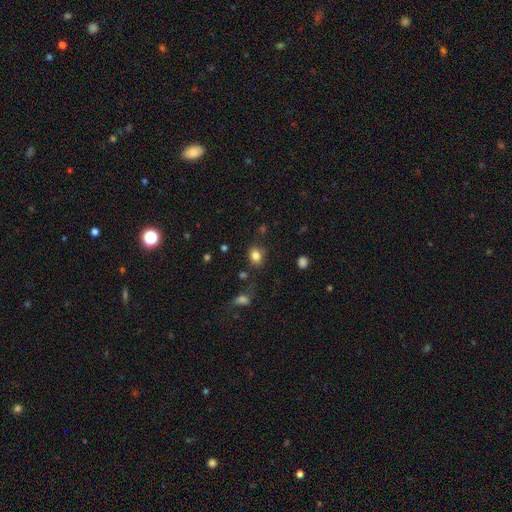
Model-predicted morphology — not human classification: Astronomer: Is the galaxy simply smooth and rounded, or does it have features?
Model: smooth — 82%.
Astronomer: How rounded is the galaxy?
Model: in between — 52% (runner-up: round, 47%).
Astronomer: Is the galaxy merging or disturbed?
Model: none — 75%.